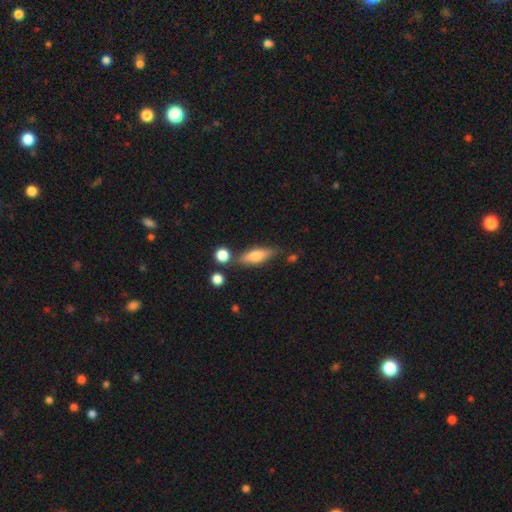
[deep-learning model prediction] Smooth or featured: smooth — 64% (featured or disk — 28%)
How rounded: in between — 53% (cigar-shaped — 44%)
Merging: none — 74% (minor disturbance — 15%)